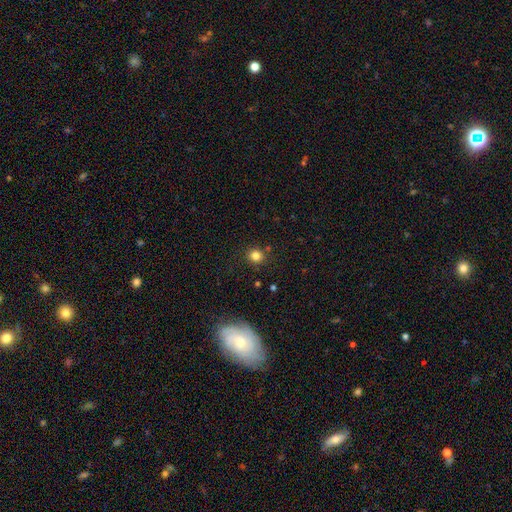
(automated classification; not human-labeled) The model was most divided on "smooth or featured": smooth: 81%, star or artifact: 14%, featured or disk: 5%. More confident: how rounded — round (89%); merging — none (84%).